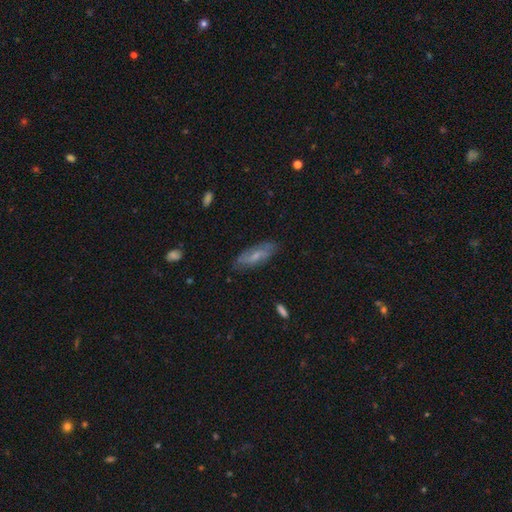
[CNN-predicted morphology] smooth-or-featured: featured or disk: 52% | smooth: 41% | star or artifact: 8%
  disk-edge-on: no: 80% | yes: 20%
  merging: none: 78% | minor disturbance: 16% | major disturbance: 4% | merger: 1%